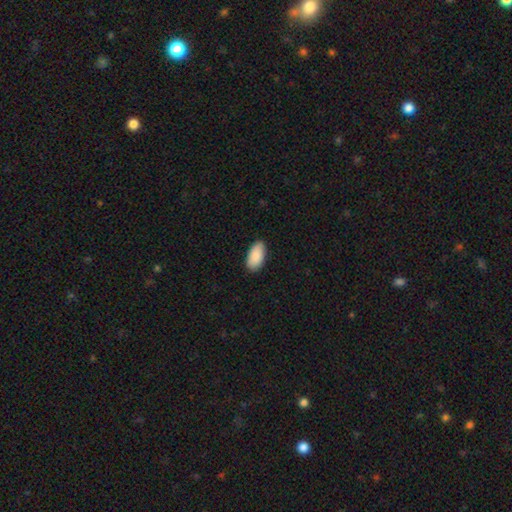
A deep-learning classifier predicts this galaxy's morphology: Q: Smooth or featured?
A: smooth (90%); runner-up: star or artifact (6%)
Q: How rounded?
A: in between (95%); runner-up: cigar-shaped (3%)
Q: Merging?
A: none (87%); runner-up: minor disturbance (10%)